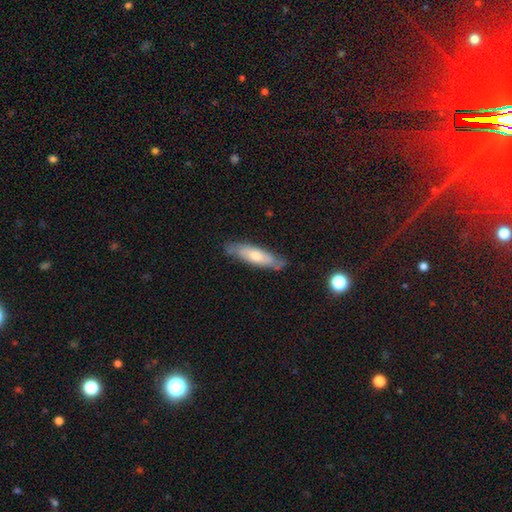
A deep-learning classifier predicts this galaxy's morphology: Smooth or featured: smooth — 48% (featured or disk — 46%)
Merging: none — 76% (minor disturbance — 19%)